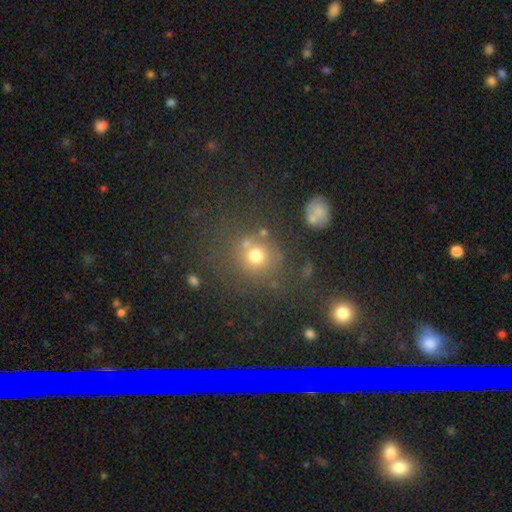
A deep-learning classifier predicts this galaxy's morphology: The model was most divided on "smooth or featured": smooth: 69%, star or artifact: 20%, featured or disk: 12%. More confident: how rounded — round (85%); merging — none (70%).